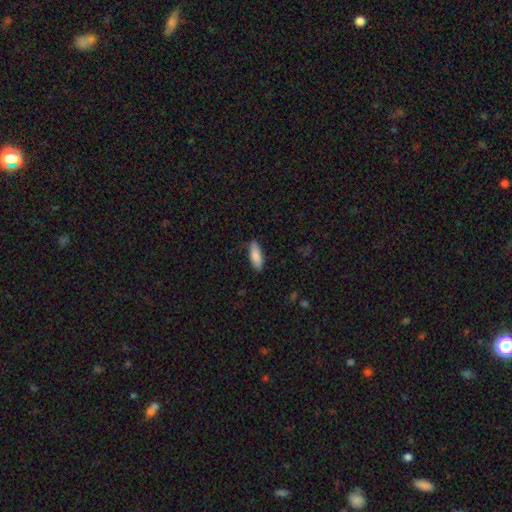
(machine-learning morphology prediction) Smooth or featured?
  - smooth: 87% *
  - featured or disk: 8%
  - star or artifact: 6%
How rounded?
  - in between: 60% *
  - cigar-shaped: 38%
  - round: 2%
Merging?
  - none: 83% *
  - minor disturbance: 13%
  - major disturbance: 3%
  - merger: 1%